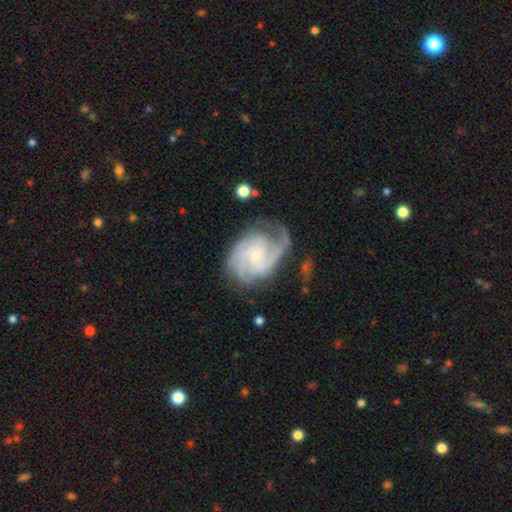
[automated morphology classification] A featured or disk galaxy (88%) with no bar (66%), 2 (31%) tight (53%) spiral arms (97%) and a small central bulge (71%). Merging: none (60%).